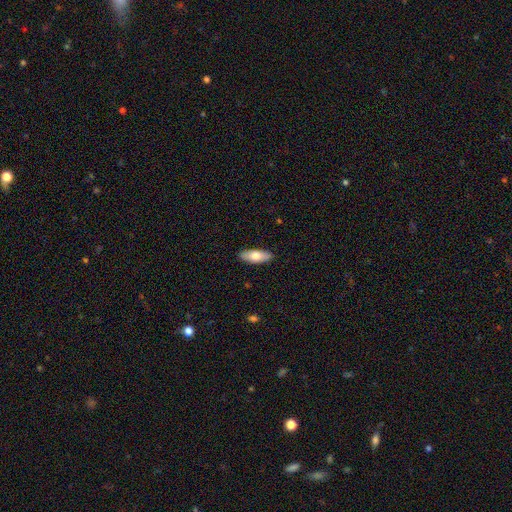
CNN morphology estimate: smooth 73%, featured or disk 21%, star or artifact 6%. Down the decision tree: how rounded — in between (75%); merging — none (89%).